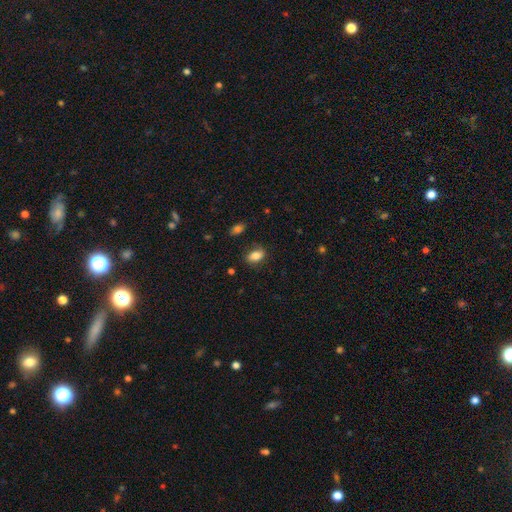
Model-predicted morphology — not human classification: A smooth galaxy with no disk features (82%) that is in between round and cigar-shaped (86%).

Vote fractions:
- Smooth or featured? smooth: 82% / featured or disk: 9% / star or artifact: 9%
- How rounded? in between: 86% / round: 12% / cigar-shaped: 2%
- Merging? none: 78% / minor disturbance: 16% / major disturbance: 4% / merger: 2%